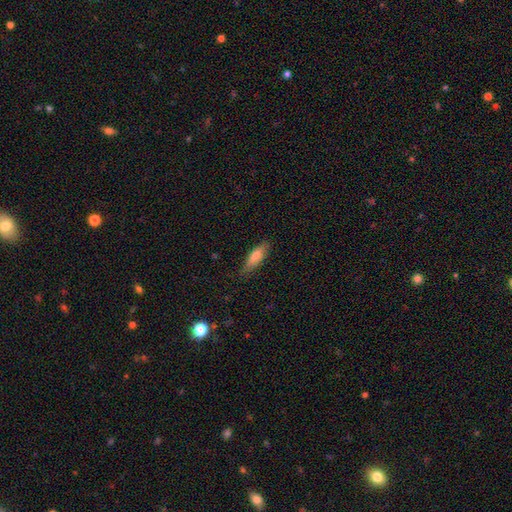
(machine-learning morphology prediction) This is likely a smooth galaxy (73%). How rounded: possibly in between (52%). Merging: likely none (79%).